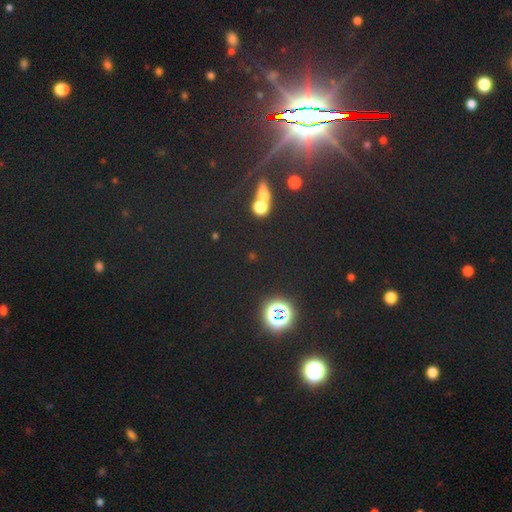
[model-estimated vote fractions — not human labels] This is likely a star or artifact rather than a galaxy (79%).